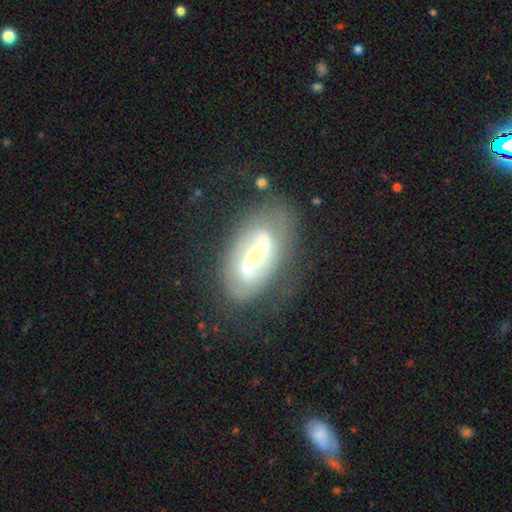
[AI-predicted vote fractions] Morphology: type=featured or disk (76%); edge-on=no (86%); bar=strong (67%); spiral arms=yes (73%); bulge=moderate (45%); merging=none (69%).